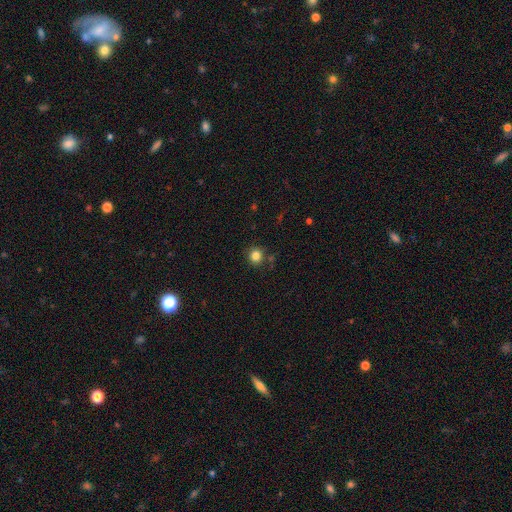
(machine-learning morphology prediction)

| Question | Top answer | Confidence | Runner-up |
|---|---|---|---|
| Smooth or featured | smooth | 83% | star or artifact (12%) |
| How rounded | round | 91% | in between (8%) |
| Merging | none | 85% | minor disturbance (9%) |